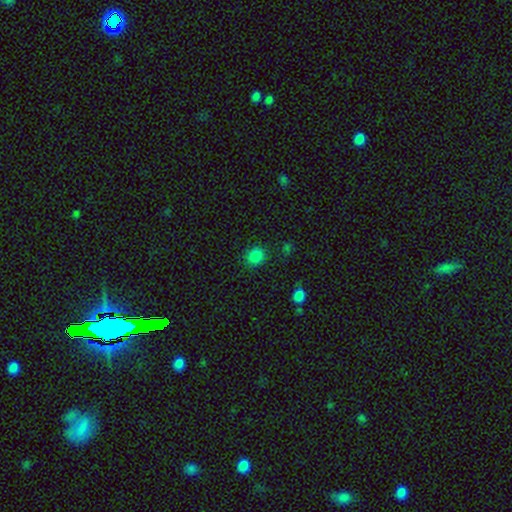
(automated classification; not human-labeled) Overall: smooth (84%). How rounded: round (76%). Merging: none (86%).